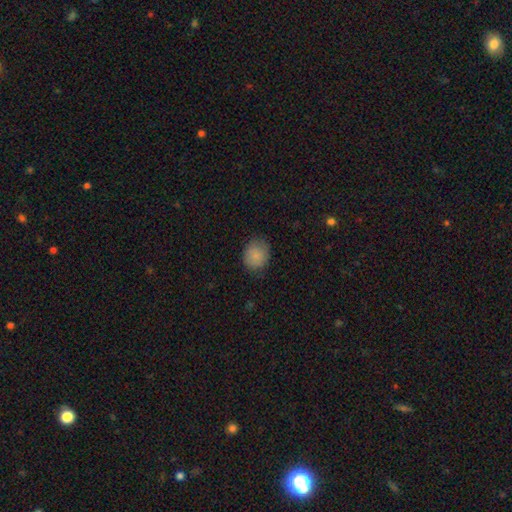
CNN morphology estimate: Overall: smooth (85%). How rounded: round (72%). Merging: none (77%).